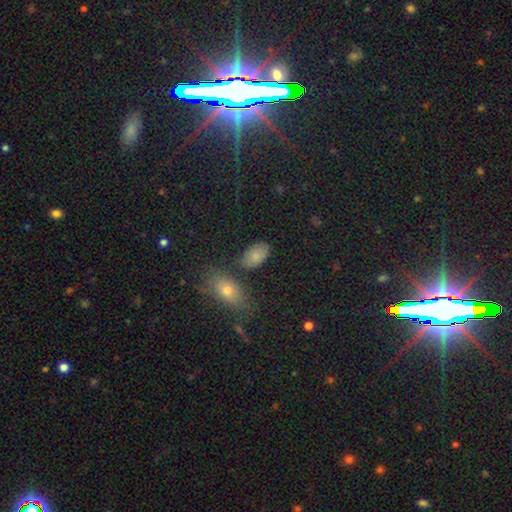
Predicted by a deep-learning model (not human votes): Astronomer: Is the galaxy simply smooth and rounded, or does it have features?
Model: smooth — 82%.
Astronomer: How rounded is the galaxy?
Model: in between — 92%.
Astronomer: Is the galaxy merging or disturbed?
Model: none — 71%.